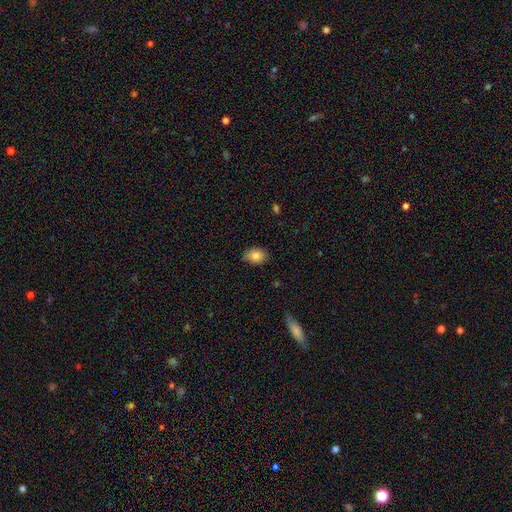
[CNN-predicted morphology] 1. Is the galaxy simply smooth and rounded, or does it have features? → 82% smooth, 9% featured or disk, 8% star or artifact.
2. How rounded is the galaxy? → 71% in between, 28% round, 1% cigar-shaped.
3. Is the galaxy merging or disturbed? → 77% none, 19% minor disturbance, 3% major disturbance, 1% merger.